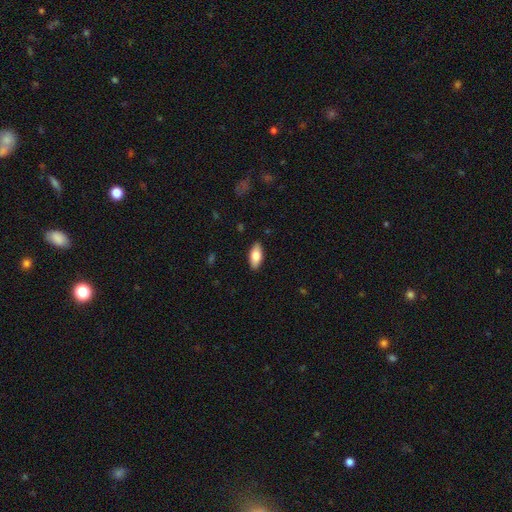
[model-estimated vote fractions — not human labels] smooth 78%, featured or disk 16%, star or artifact 6%. Down the decision tree: how rounded — in between (86%); merging — none (89%).